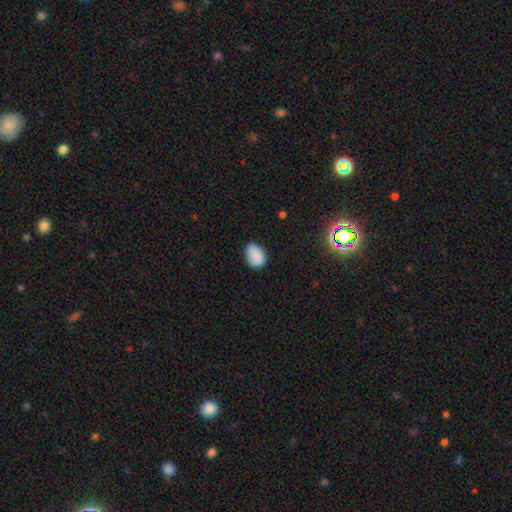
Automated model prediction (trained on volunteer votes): smooth-or-featured: smooth: 85% | star or artifact: 8% | featured or disk: 7%
  how-rounded: in between: 75% | round: 24% | cigar-shaped: 1%
  merging: none: 78% | minor disturbance: 18% | major disturbance: 3% | merger: 1%